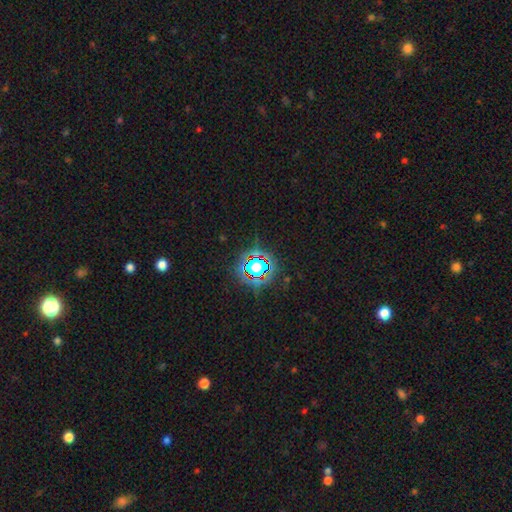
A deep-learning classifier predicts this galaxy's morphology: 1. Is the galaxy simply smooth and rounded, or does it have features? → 79% star or artifact, 13% smooth, 8% featured or disk.